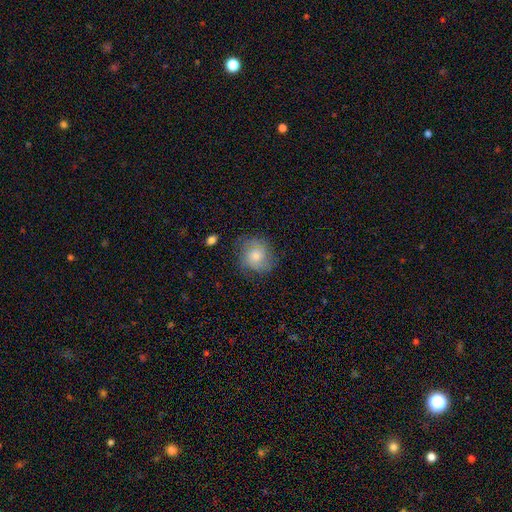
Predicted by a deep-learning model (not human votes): This is likely a smooth galaxy (62%). How rounded: clearly round (84%). Merging: likely none (70%).